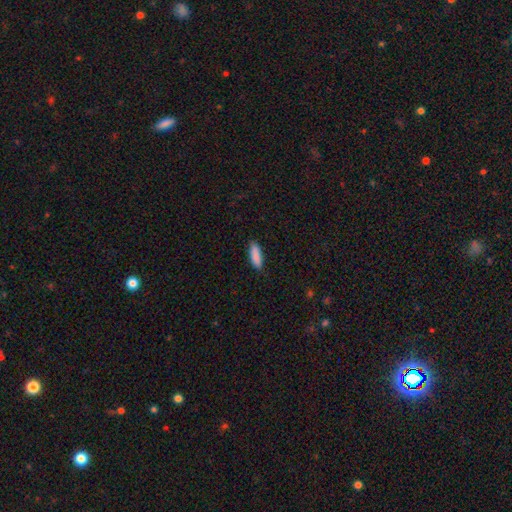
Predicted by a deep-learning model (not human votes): Smooth or featured? smooth (88%)
How rounded? in between (55%)
Merging? none (86%)